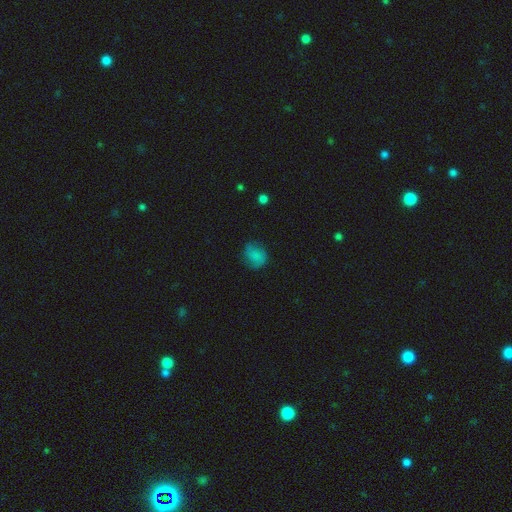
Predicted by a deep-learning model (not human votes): The model was most divided on "how rounded": round: 62%, in between: 37%, cigar-shaped: 1%. More confident: smooth or featured — smooth (67%); merging — none (65%).